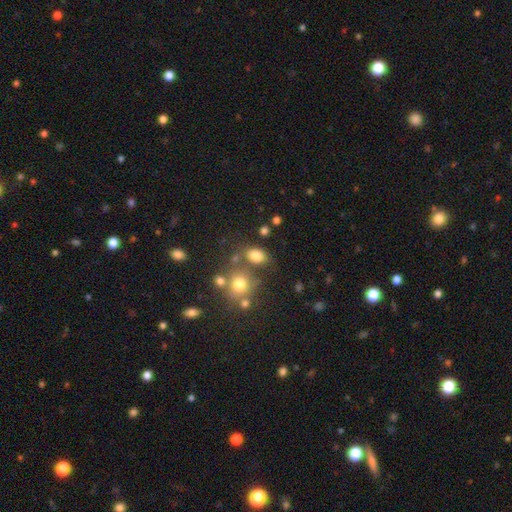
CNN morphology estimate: Smooth or featured: smooth — 79% (star or artifact — 13%)
How rounded: in between — 70% (round — 29%)
Merging: none — 65% (merger — 15%)